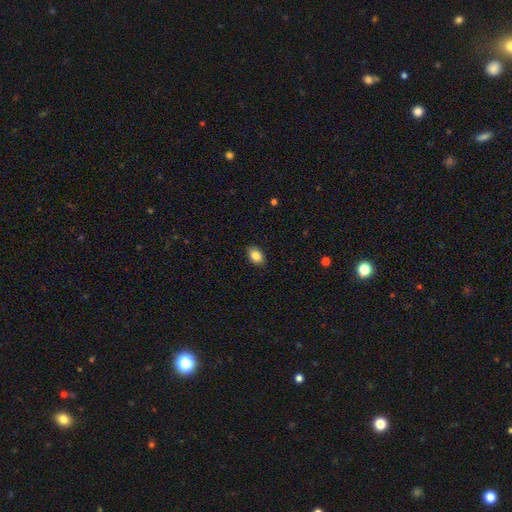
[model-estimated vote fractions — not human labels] Overall: smooth (86%). How rounded: in between (82%). Merging: none (89%).